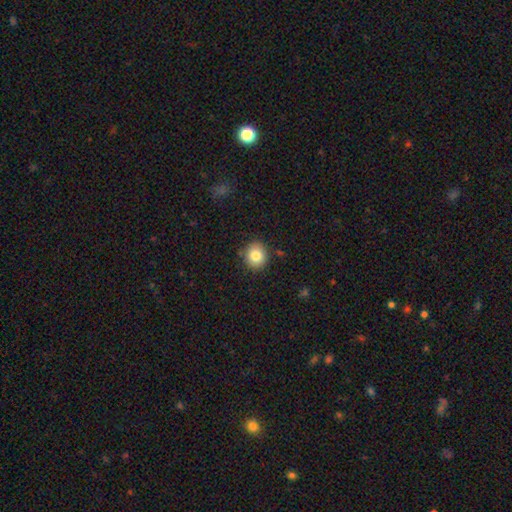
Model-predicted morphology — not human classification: This appears to be a smooth galaxy with no disk features (82%) that is round (79%). Merging: none (87%).